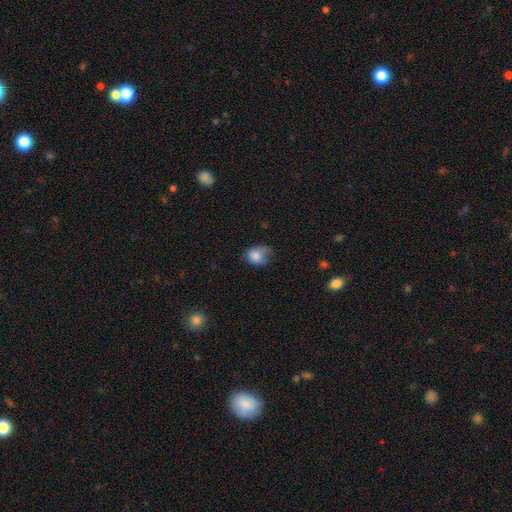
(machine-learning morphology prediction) smooth_or_featured: smooth (p=0.81) [alt: featured or disk p=0.10]
how_rounded: in between (p=0.53) [alt: round p=0.46]
merging: minor disturbance (p=0.40) [alt: none p=0.38]